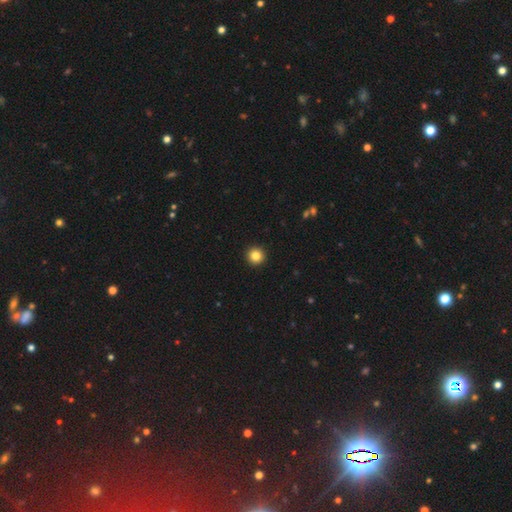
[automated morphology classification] Smooth or featured? smooth (84%)
How rounded? round (96%)
Merging? none (94%)